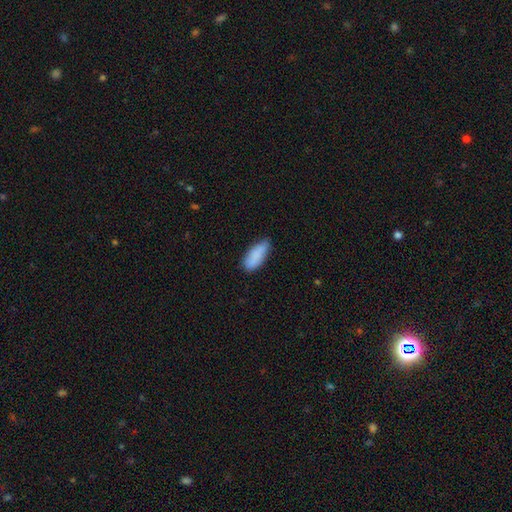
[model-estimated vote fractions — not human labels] Smooth or featured? Predicted: smooth (p=0.86). How rounded? Predicted: in between (p=0.81). Merging? Predicted: none (p=0.62).